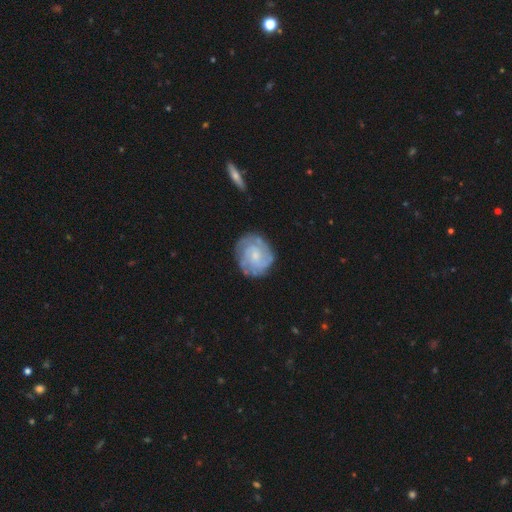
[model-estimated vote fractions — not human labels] Morphology: type=featured or disk (75%); edge-on=no (98%); bar=no (63%); spiral arms=yes (92%); winding=tight (61%); arm count=can't tell (34%); bulge=small (60%); merging=none (75%).